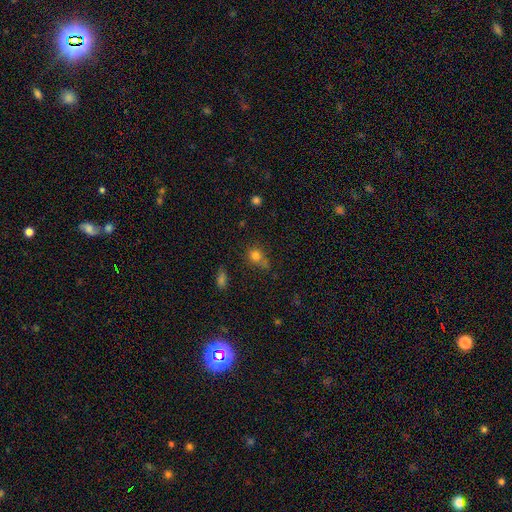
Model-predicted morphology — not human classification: Smooth or featured? smooth (78%)
How rounded? round (72%)
Merging? none (54%)